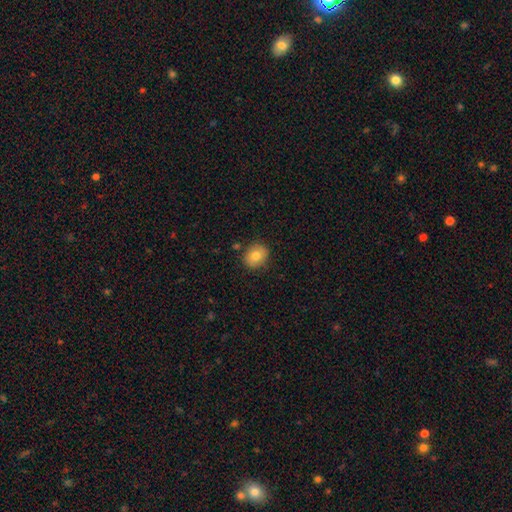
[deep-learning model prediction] Overall: smooth (80%). How rounded: round (67%; in between 33%). Merging: none (85%).